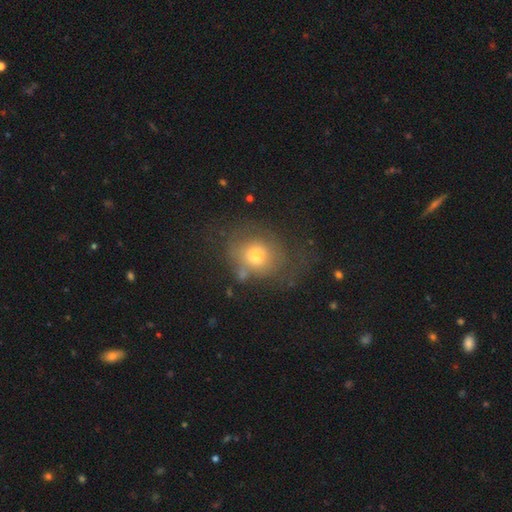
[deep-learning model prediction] smooth-or-featured: smooth: 63% | featured or disk: 25% | star or artifact: 12%
  how-rounded: round: 63% | in between: 36% | cigar-shaped: 1%
  merging: none: 48% | minor disturbance: 25% | major disturbance: 23% | merger: 4%